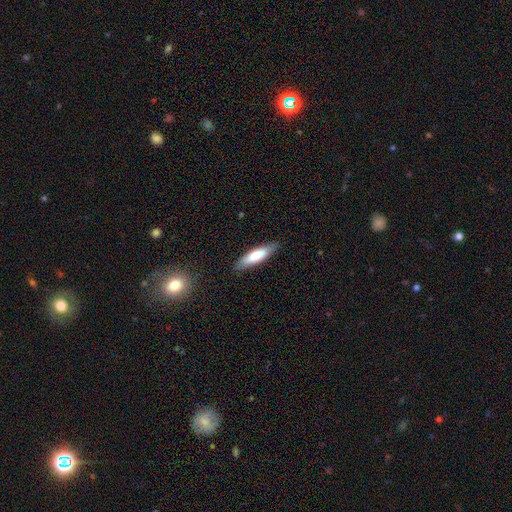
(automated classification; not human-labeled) Smooth or featured?
  - smooth: 72% *
  - featured or disk: 22%
  - star or artifact: 6%
How rounded?
  - cigar-shaped: 64% *
  - in between: 35%
  - round: 1%
Merging?
  - none: 85% *
  - minor disturbance: 12%
  - major disturbance: 2%
  - merger: 1%